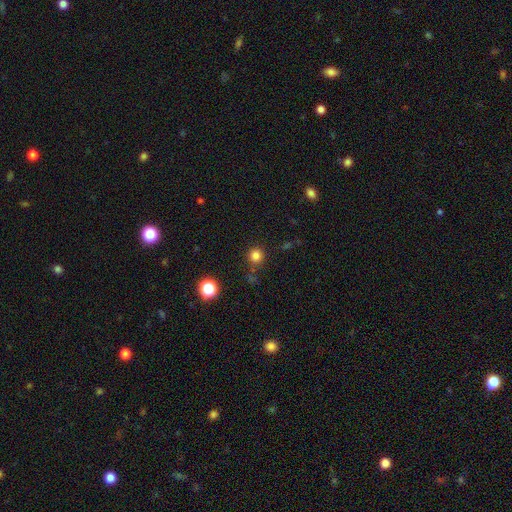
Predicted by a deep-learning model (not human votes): Q: Smooth or featured?
A: smooth (79%); runner-up: star or artifact (16%)
Q: How rounded?
A: round (94%); runner-up: in between (5%)
Q: Merging?
A: none (82%); runner-up: minor disturbance (10%)